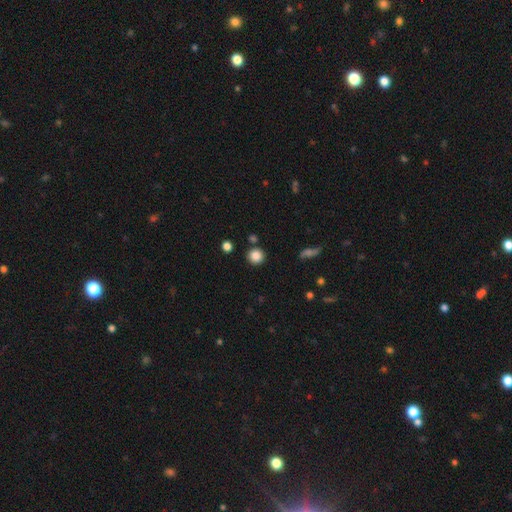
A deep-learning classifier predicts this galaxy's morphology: This appears to be a smooth galaxy with no disk features (86%) that is round (91%). Merging: none (85%).